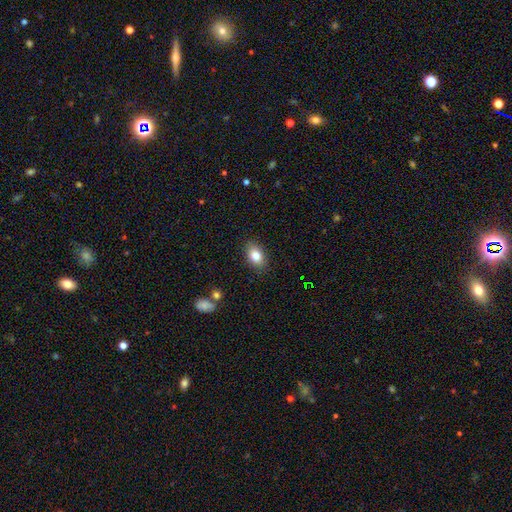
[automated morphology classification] This appears to be a smooth galaxy with no disk features (83%) that is in between round and cigar-shaped (85%). Merging: none (86%).